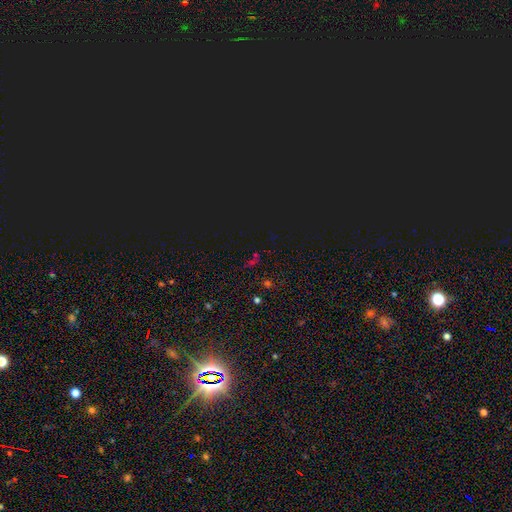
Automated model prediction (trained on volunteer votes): smooth_or_featured: star or artifact (p=0.67) [alt: smooth p=0.23]